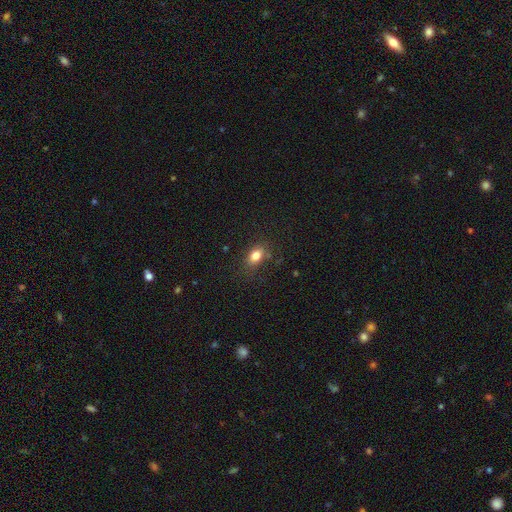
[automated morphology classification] Smooth or featured? smooth (80%)
How rounded? in between (78%)
Merging? none (76%)